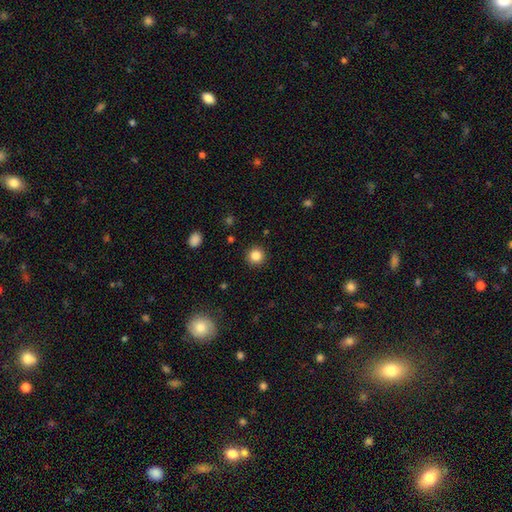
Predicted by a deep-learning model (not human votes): This appears to be a smooth galaxy with no disk features (85%) that is round (95%). Merging: none (92%).